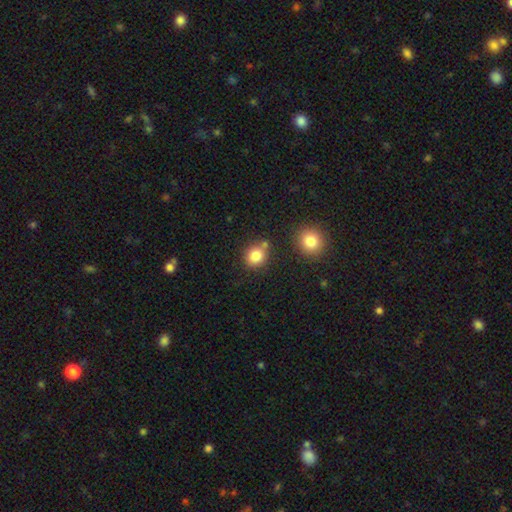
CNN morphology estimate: smooth-or-featured: smooth: 84% | star or artifact: 10% | featured or disk: 6%
  how-rounded: round: 77% | in between: 22% | cigar-shaped: 1%
  merging: none: 70% | merger: 14% | minor disturbance: 12% | major disturbance: 4%